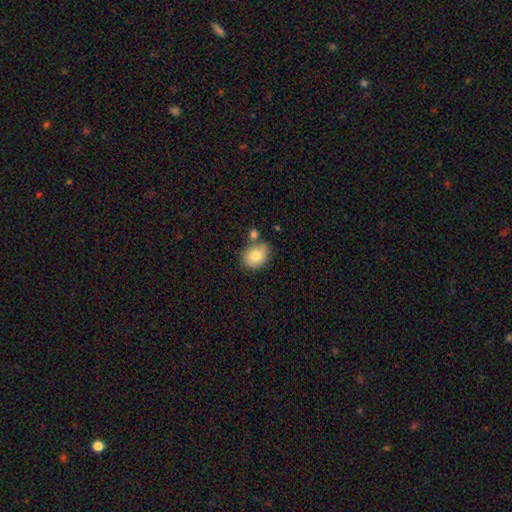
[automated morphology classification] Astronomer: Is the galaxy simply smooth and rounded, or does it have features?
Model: smooth — 78%.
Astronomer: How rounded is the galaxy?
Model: round — 53% (runner-up: in between, 47%).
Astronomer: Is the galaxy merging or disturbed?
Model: none — 58%.